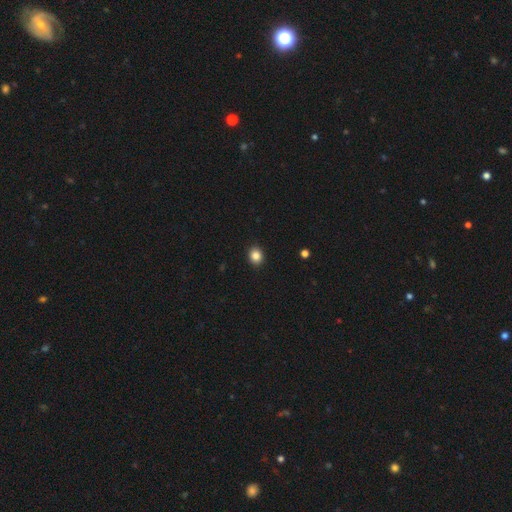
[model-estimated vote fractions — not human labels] smooth 85%, star or artifact 10%, featured or disk 4%. Down the decision tree: how rounded — round (66%); merging — none (92%).